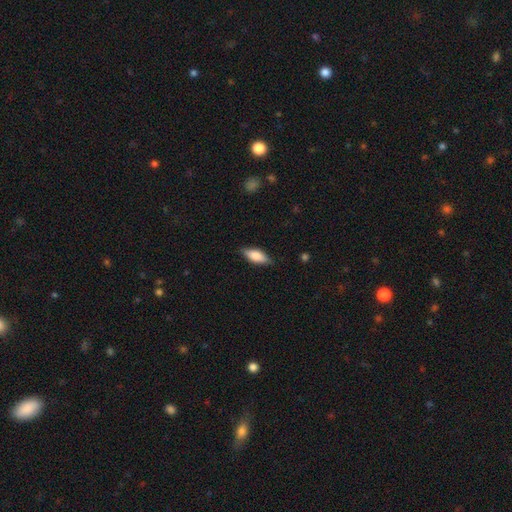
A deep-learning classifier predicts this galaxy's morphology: This appears to be a smooth galaxy with no disk features (72%) that is in between round and cigar-shaped (74%). Merging: none (82%).